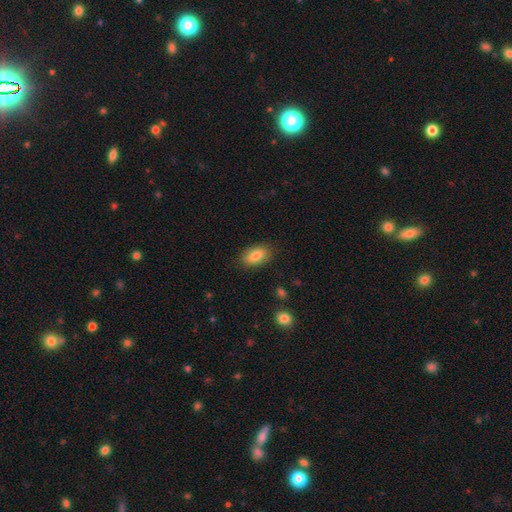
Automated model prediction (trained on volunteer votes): smooth 84%, featured or disk 9%, star or artifact 7%. Down the decision tree: how rounded — in between (91%); merging — none (85%).